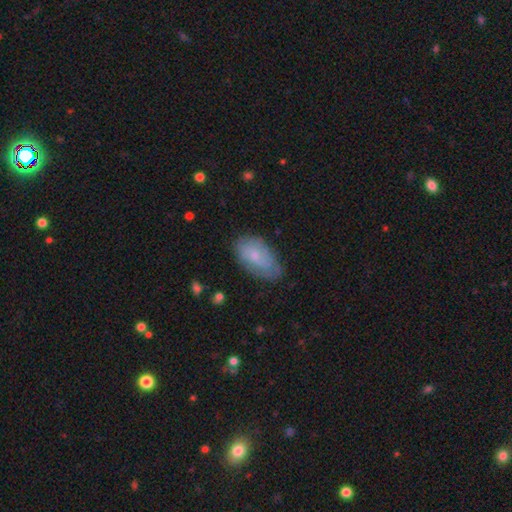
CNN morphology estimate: A smooth galaxy with no disk features (59%) that is in between round and cigar-shaped (93%).

Vote fractions:
- Smooth or featured? smooth: 59% / featured or disk: 34% / star or artifact: 7%
- How rounded? in between: 93% / round: 4% / cigar-shaped: 3%
- Merging? none: 66% / minor disturbance: 26% / major disturbance: 7% / merger: 1%